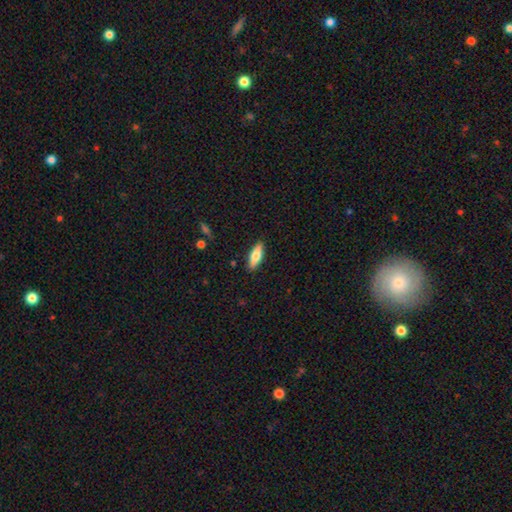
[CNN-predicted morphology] This appears to be a smooth galaxy with no disk features (65%) that is in between round and cigar-shaped (55%). Merging: none (88%).